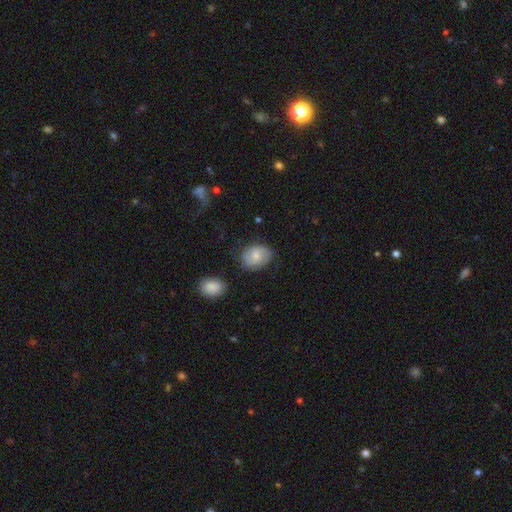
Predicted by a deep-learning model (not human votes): Smooth or featured: smooth — 55% (featured or disk — 38%)
How rounded: in between — 61% (round — 38%)
Merging: none — 72% (minor disturbance — 20%)